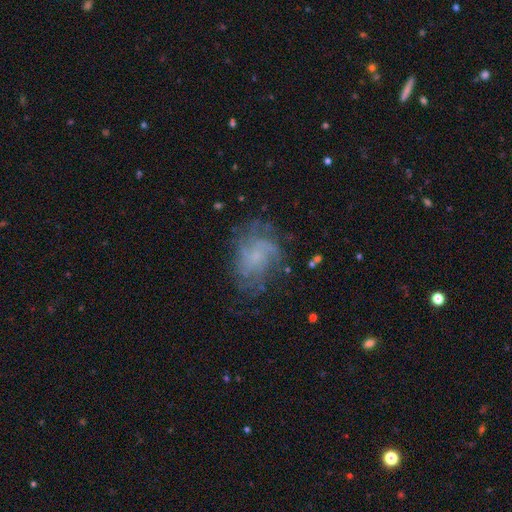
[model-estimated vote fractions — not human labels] This is likely a featured or disk galaxy (61%). It is clearly not viewed edge-on (97%). Bar: likely no (75%). Spiral arm pattern: likely yes (78%). Central bulge: possibly small (46%). Merging: likely none (62%).